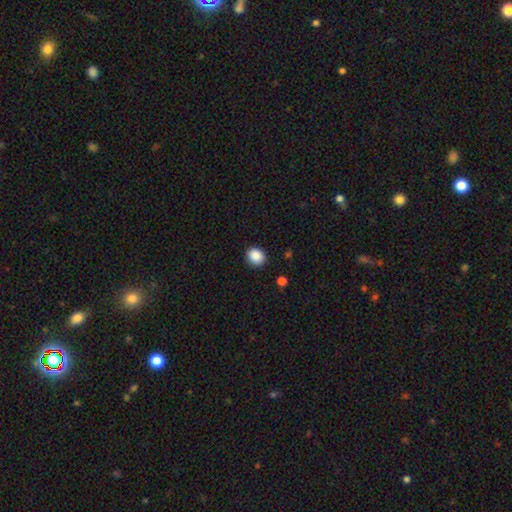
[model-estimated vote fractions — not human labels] Smooth or featured? Predicted: smooth (p=0.88). How rounded? Predicted: round (p=0.66). Merging? Predicted: none (p=0.89).